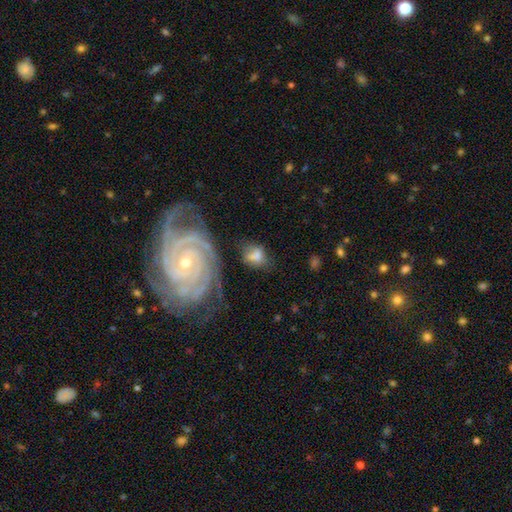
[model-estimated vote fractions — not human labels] smooth 55%, featured or disk 35%, star or artifact 10%. Down the decision tree: how rounded — in between (64%); merging — none (47%).